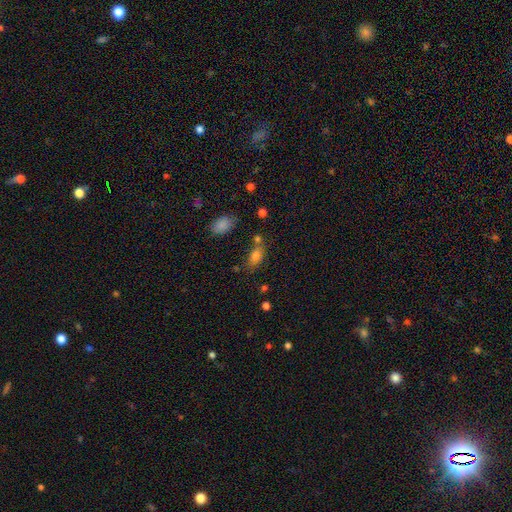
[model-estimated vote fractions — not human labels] A smooth galaxy with no disk features (79%) that is in between round and cigar-shaped (86%).

Vote fractions:
- Smooth or featured? smooth: 79% / star or artifact: 12% / featured or disk: 9%
- How rounded? in between: 86% / round: 9% / cigar-shaped: 5%
- Merging? none: 61% / minor disturbance: 17% / merger: 15% / major disturbance: 6%